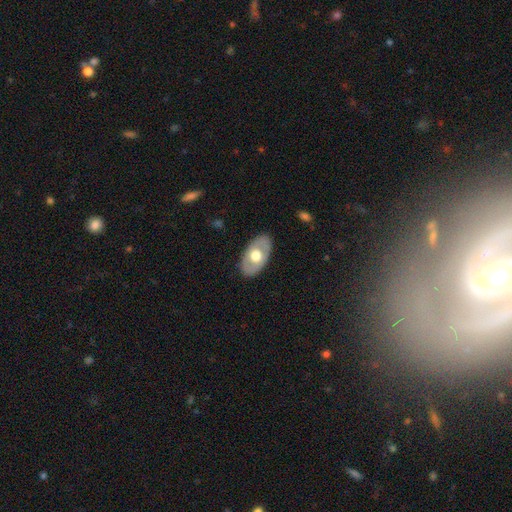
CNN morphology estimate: smooth_or_featured: smooth (p=0.50) [alt: featured or disk p=0.45]
merging: none (p=0.85) [alt: minor disturbance p=0.12]